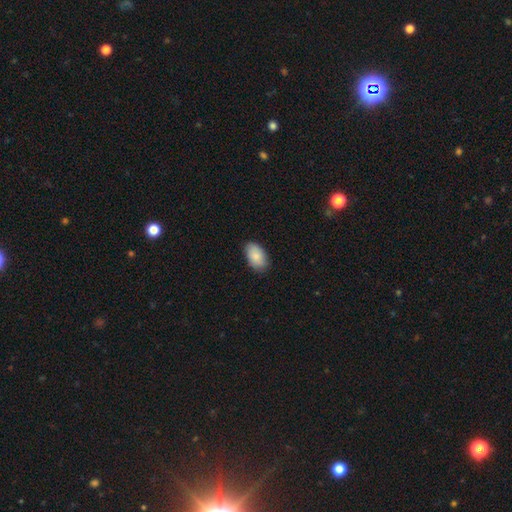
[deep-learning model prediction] smooth-or-featured: smooth: 87% | featured or disk: 7% | star or artifact: 6%
  how-rounded: in between: 94% | round: 5% | cigar-shaped: 1%
  merging: none: 86% | minor disturbance: 11% | major disturbance: 2% | merger: 1%